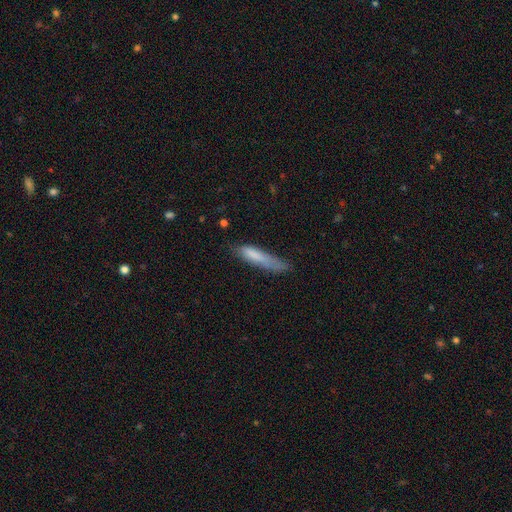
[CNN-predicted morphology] smooth_or_featured: smooth (p=0.76) [alt: featured or disk p=0.17]
how_rounded: cigar-shaped (p=0.83) [alt: in between p=0.16]
merging: none (p=0.48) [alt: minor disturbance p=0.33]